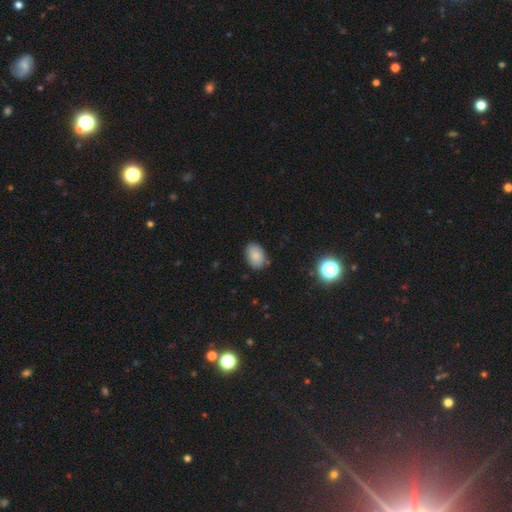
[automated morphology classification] The model was most divided on "how rounded": in between: 84%, round: 15%, cigar-shaped: 1%. More confident: smooth or featured — smooth (83%); merging — none (83%).